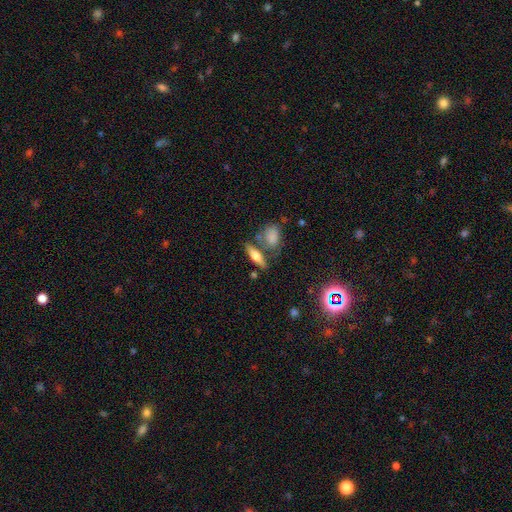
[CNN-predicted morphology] This appears to be a smooth galaxy with no disk features (52%) that is in between round and cigar-shaped (48%). Merging: none (67%).